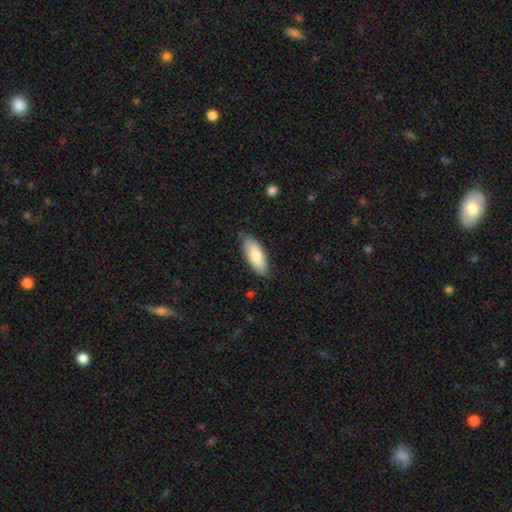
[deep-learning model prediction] Smooth or featured: smooth — 80% (featured or disk — 14%)
How rounded: in between — 78% (cigar-shaped — 20%)
Merging: none — 81% (minor disturbance — 16%)